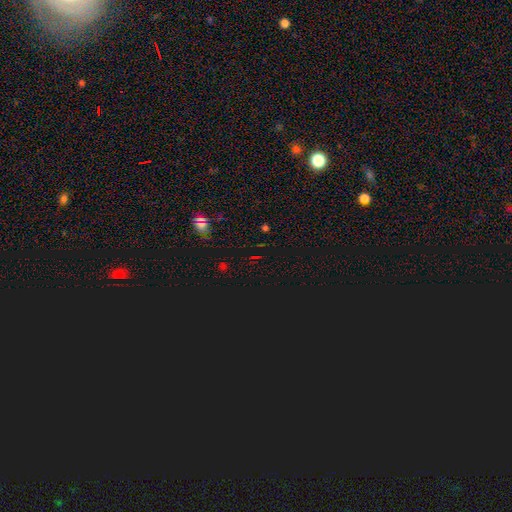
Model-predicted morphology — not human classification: Smooth or featured?
  - star or artifact: 75% *
  - smooth: 18%
  - featured or disk: 7%